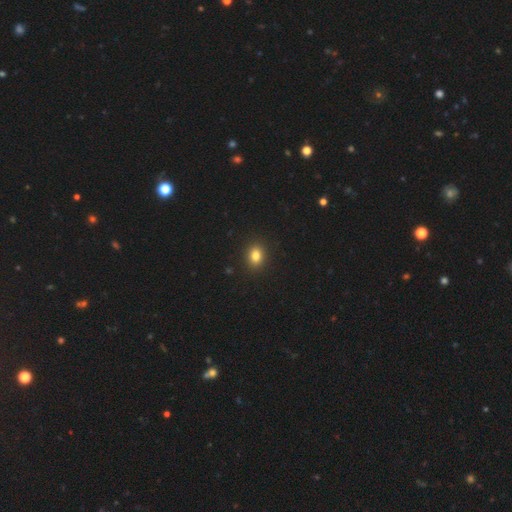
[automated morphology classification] A smooth galaxy with no disk features (82%) that is in between round and cigar-shaped (55%).

Vote fractions:
- Smooth or featured? smooth: 82% / star or artifact: 11% / featured or disk: 6%
- How rounded? in between: 55% / round: 44% / cigar-shaped: 1%
- Merging? none: 91% / minor disturbance: 6% / major disturbance: 2% / merger: 1%